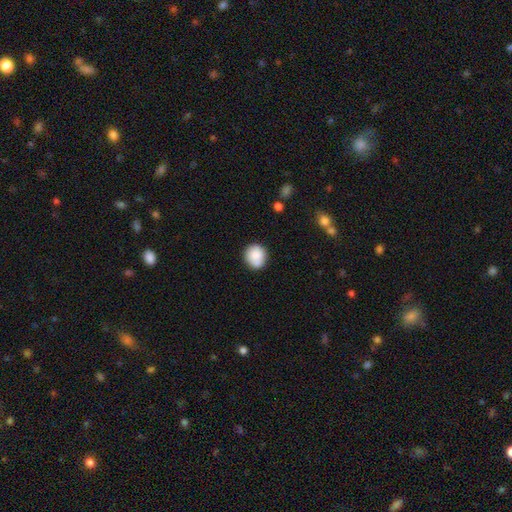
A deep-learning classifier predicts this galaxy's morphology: smooth_or_featured: smooth (p=0.84) [alt: featured or disk p=0.08]
how_rounded: round (p=0.82) [alt: in between p=0.17]
merging: none (p=0.74) [alt: minor disturbance p=0.16]